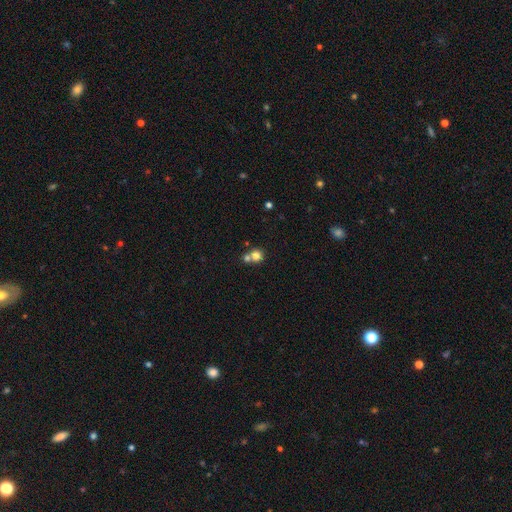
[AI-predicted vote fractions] Overall: smooth (77%). How rounded: round (88%). Merging: merger (46%; none 45%).